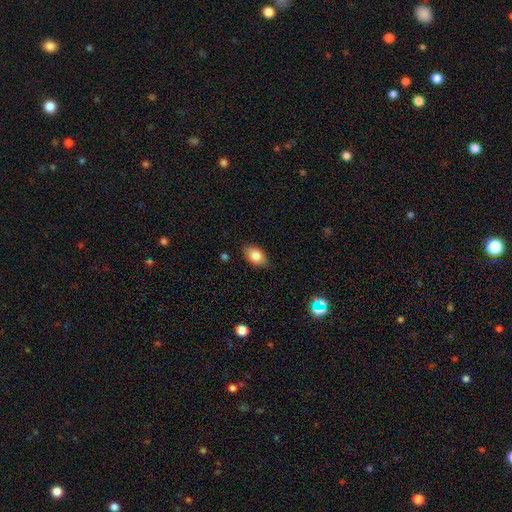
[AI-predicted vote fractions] This appears to be a smooth galaxy with no disk features (83%) that is in between round and cigar-shaped (88%). Merging: none (83%).